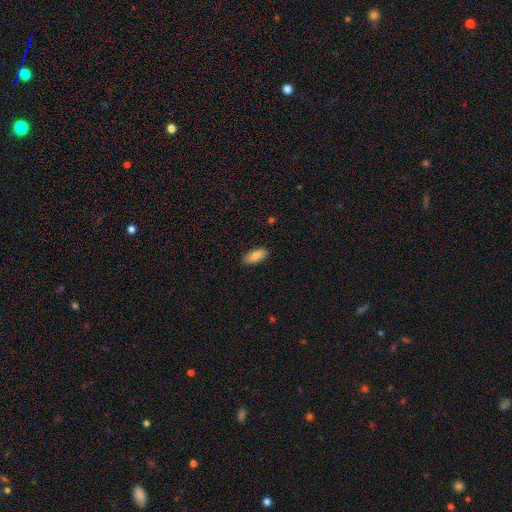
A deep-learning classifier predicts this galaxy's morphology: type=smooth (83%); roundness=in between (87%); merging=none (87%).